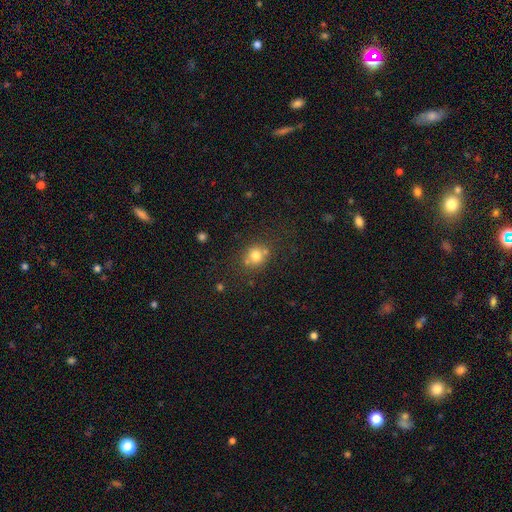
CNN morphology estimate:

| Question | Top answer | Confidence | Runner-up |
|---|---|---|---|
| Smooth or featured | smooth | 76% | star or artifact (14%) |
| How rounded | round | 81% | in between (18%) |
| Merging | none | 63% | merger (19%) |